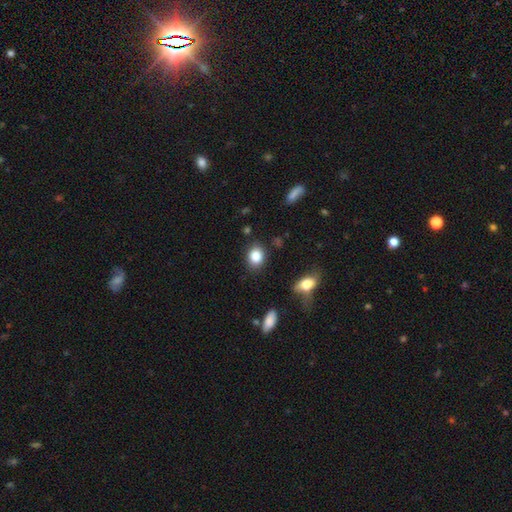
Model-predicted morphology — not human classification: This appears to be a smooth galaxy with no disk features (85%) that is in between round and cigar-shaped (51%). Merging: none (83%).